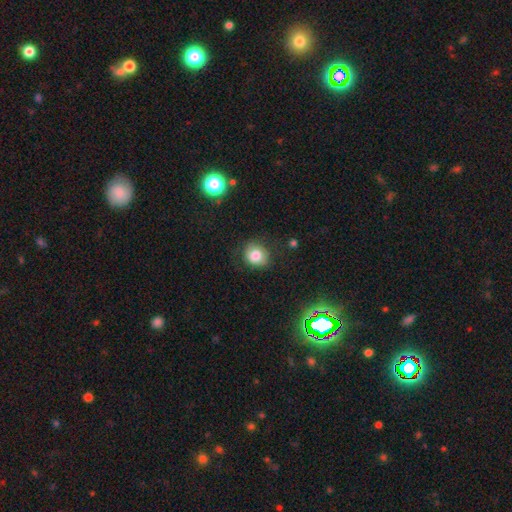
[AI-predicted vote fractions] Smooth or featured? smooth (80%)
How rounded? round (77%)
Merging? none (75%)